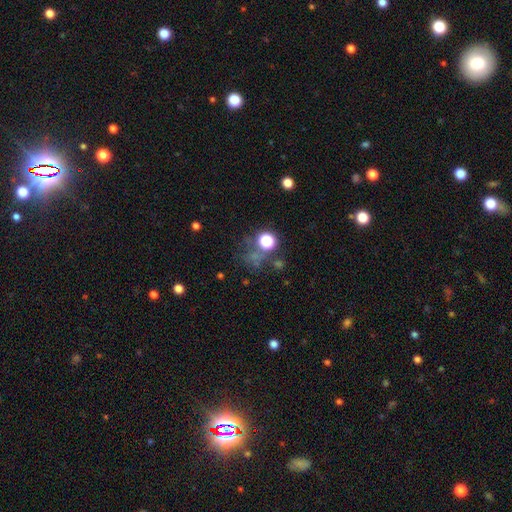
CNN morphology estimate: Overall: smooth (44%, tied with star or artifact). Merging: none (60%).